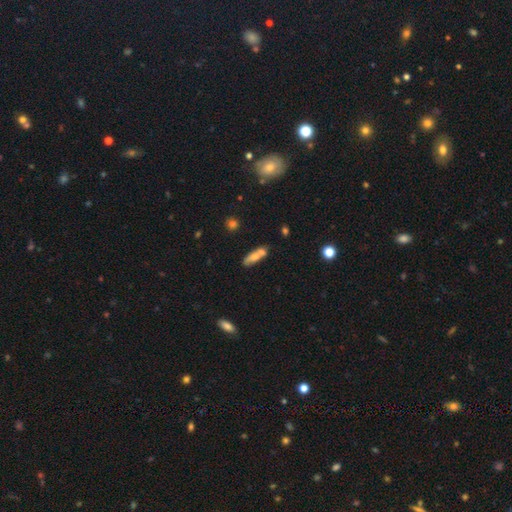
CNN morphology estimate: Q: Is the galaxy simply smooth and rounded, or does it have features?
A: smooth — 67%.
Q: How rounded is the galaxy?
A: in between — 54%.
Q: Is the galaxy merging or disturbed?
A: none — 45%.